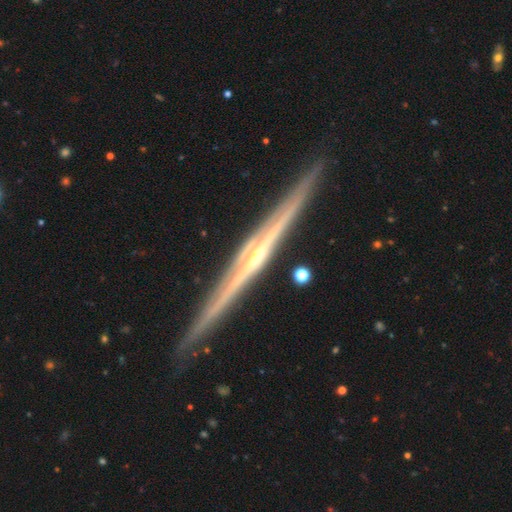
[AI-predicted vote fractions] Smooth or featured: featured or disk — 88% (smooth — 6%)
Edge-on disk: yes — 98% (no — 2%)
Edge-on bulge: rounded — 62% (none — 29%)
Merging: none — 91% (minor disturbance — 6%)